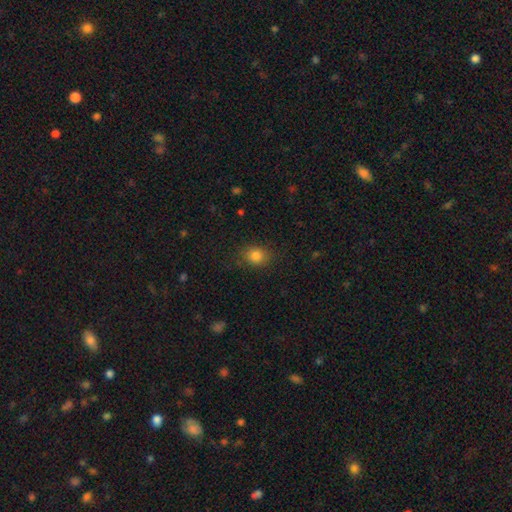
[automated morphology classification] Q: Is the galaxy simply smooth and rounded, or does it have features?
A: smooth — 84%.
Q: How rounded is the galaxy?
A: round — 63%.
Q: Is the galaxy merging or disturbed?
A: none — 82%.